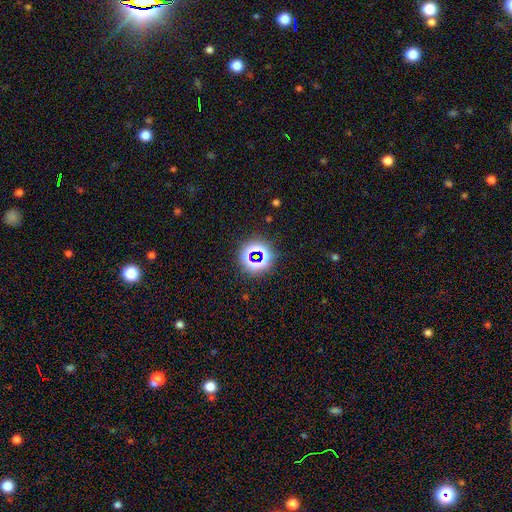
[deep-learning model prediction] A star or artifact, not a galaxy (70%).